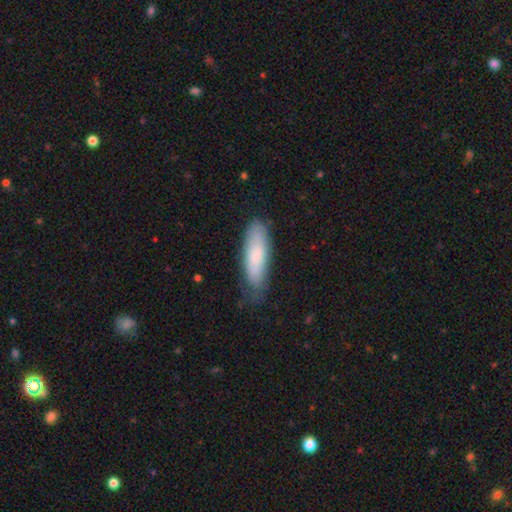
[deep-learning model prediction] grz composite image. It shows a smooth galaxy with no disk features (75%) that is cigar-shaped (51%). Merging: none (70%).